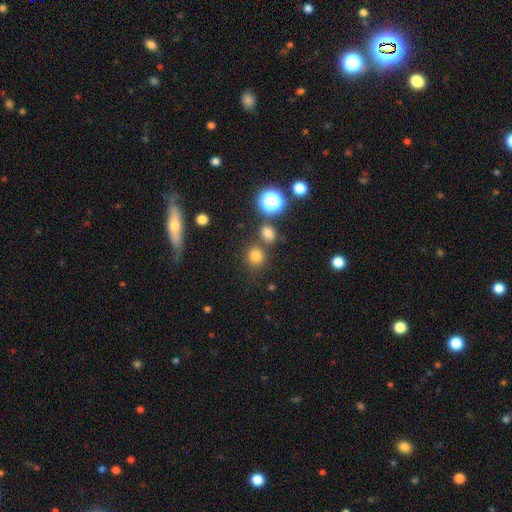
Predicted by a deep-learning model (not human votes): Smooth or featured? smooth (76%)
How rounded? round (86%)
Merging? none (75%)